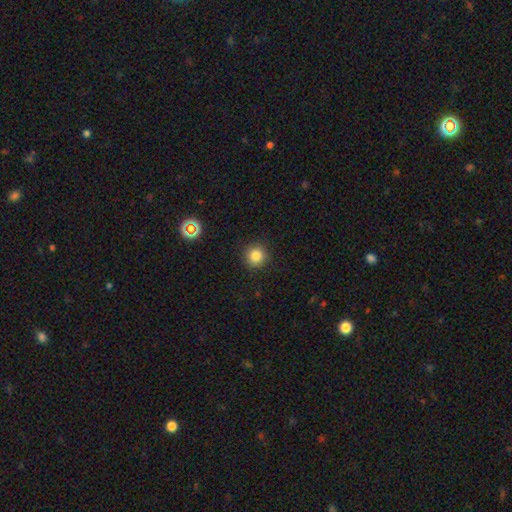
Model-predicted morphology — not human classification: Smooth or featured? smooth (83%)
How rounded? round (94%)
Merging? none (91%)